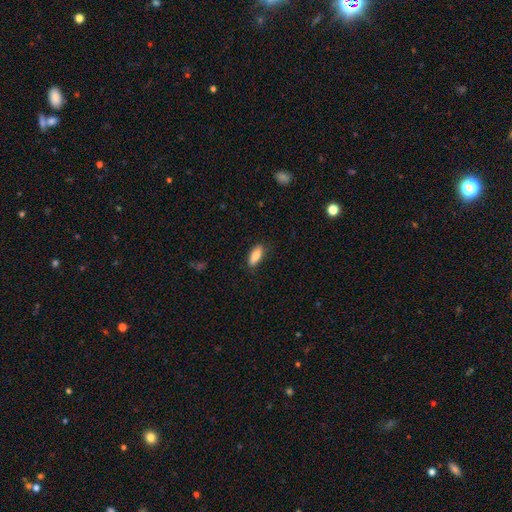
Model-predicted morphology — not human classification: Smooth or featured?
  - smooth: 85% *
  - featured or disk: 8%
  - star or artifact: 7%
How rounded?
  - in between: 77% *
  - cigar-shaped: 21%
  - round: 2%
Merging?
  - none: 83% *
  - minor disturbance: 13%
  - major disturbance: 3%
  - merger: 1%